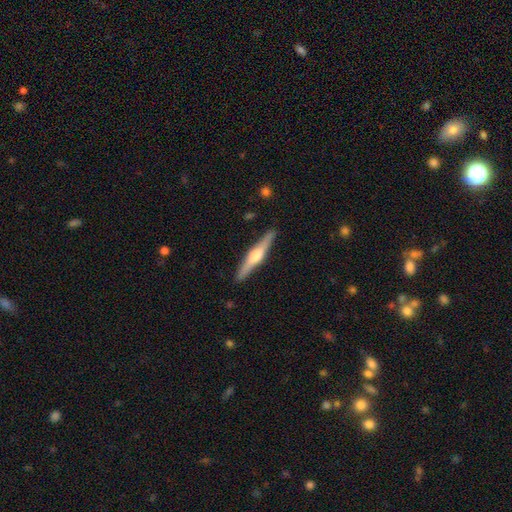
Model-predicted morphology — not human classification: Smooth or featured: featured or disk — 69% (smooth — 26%)
Edge-on disk: yes — 98% (no — 2%)
Edge-on bulge: rounded — 89% (boxy — 7%)
Merging: none — 90% (minor disturbance — 7%)